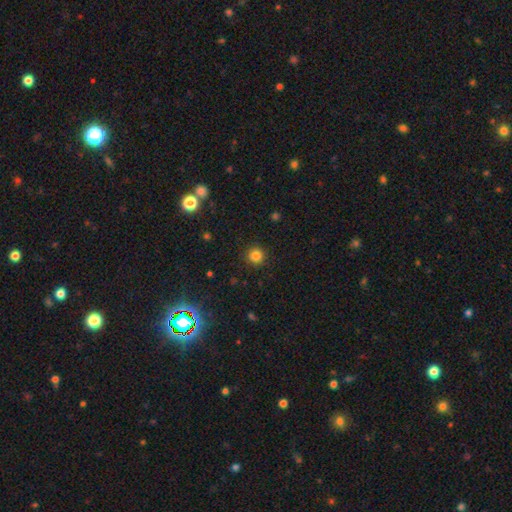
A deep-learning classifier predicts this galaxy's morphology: smooth_or_featured: smooth (p=0.82) [alt: star or artifact p=0.14]
how_rounded: round (p=0.94) [alt: in between p=0.05]
merging: none (p=0.91) [alt: minor disturbance p=0.06]